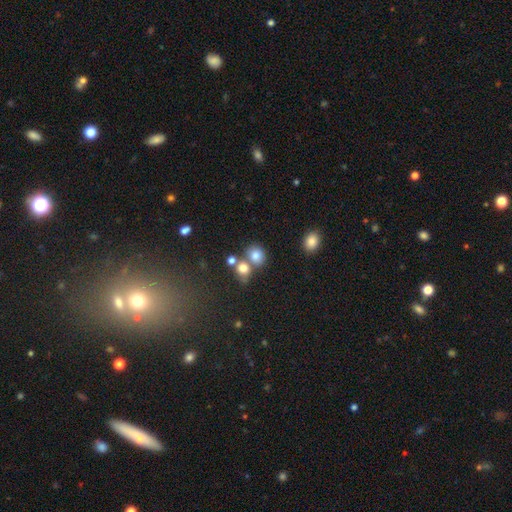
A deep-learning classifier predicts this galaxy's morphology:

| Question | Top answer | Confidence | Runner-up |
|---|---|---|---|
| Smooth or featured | smooth | 79% | star or artifact (12%) |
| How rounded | round | 71% | in between (28%) |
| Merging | none | 51% | merger (35%) |